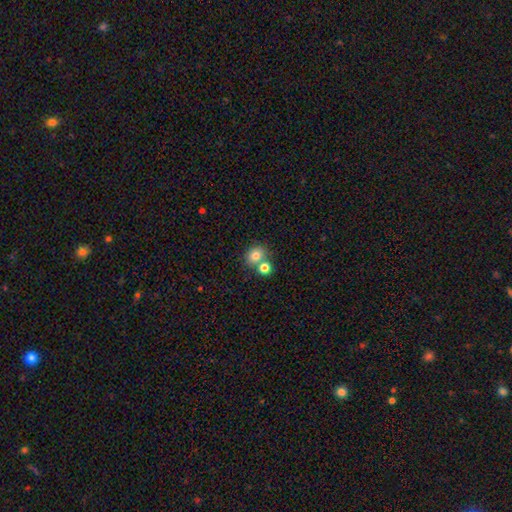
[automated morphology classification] Smooth or featured? Predicted: smooth (p=0.79). How rounded? Predicted: round (p=0.71). Merging? Predicted: none (p=0.56).